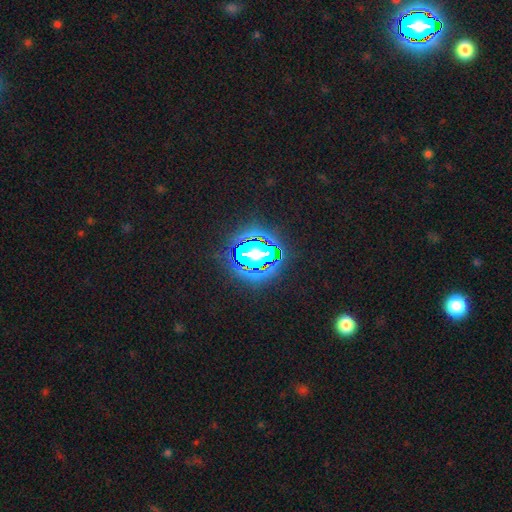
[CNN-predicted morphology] Smooth or featured: star or artifact — 77% (smooth — 14%)